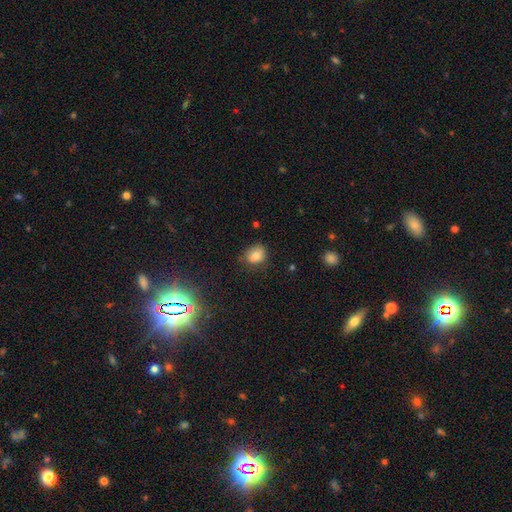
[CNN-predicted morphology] type=smooth (76%); roundness=round (51%); merging=none (63%).